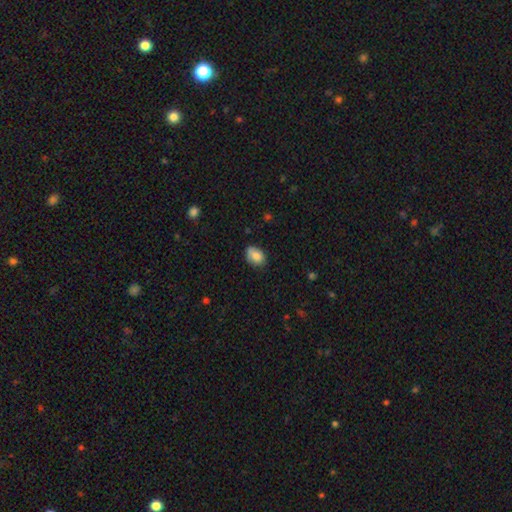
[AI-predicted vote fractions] Smooth or featured: smooth — 82% (featured or disk — 10%)
How rounded: in between — 75% (round — 23%)
Merging: none — 66% (minor disturbance — 27%)